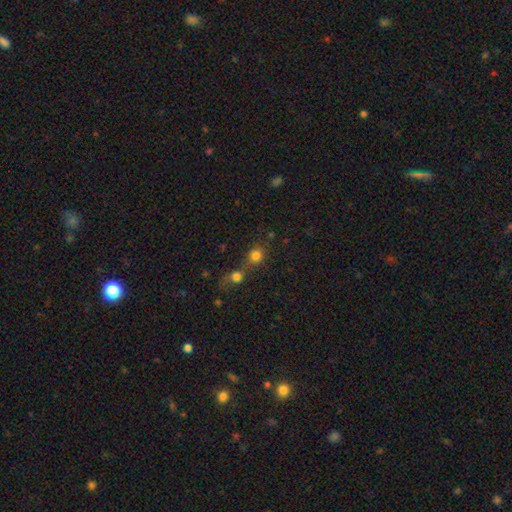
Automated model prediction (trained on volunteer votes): smooth_or_featured: smooth (p=0.80) [alt: star or artifact p=0.13]
how_rounded: round (p=0.83) [alt: in between p=0.16]
merging: none (p=0.45) [alt: merger p=0.43]